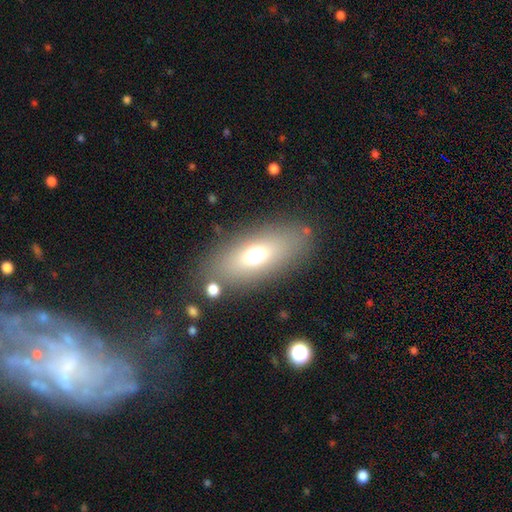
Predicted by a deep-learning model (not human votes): A smooth galaxy with no disk features (68%) that is in between round and cigar-shaped (80%). Merging: none (81%).